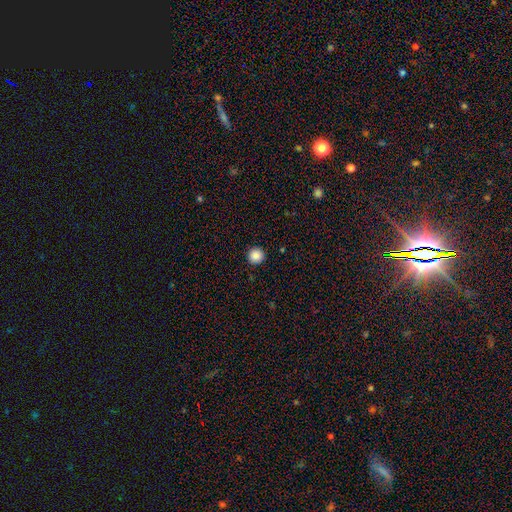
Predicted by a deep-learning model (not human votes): Morphology: type=smooth (88%); roundness=round (96%); merging=none (93%).